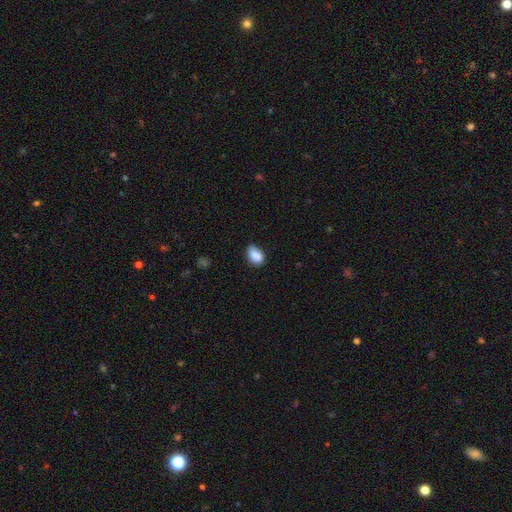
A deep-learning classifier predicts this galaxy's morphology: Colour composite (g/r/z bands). It shows a smooth galaxy with no disk features (85%) that is in between round and cigar-shaped (82%). Merging: none (55%).